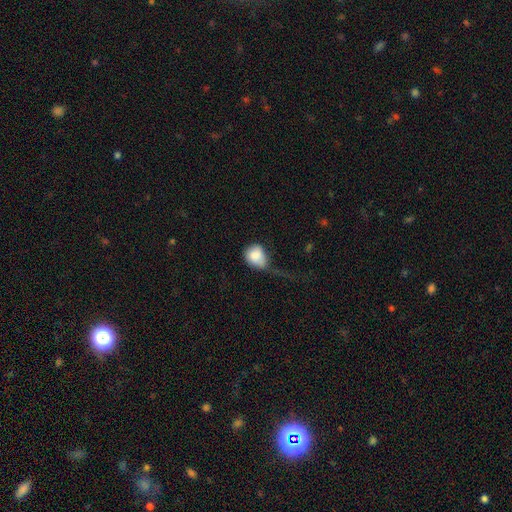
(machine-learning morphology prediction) smooth_or_featured: smooth (p=0.82) [alt: featured or disk p=0.11]
how_rounded: round (p=0.58) [alt: in between p=0.41]
merging: major disturbance (p=0.40) [alt: minor disturbance p=0.33]